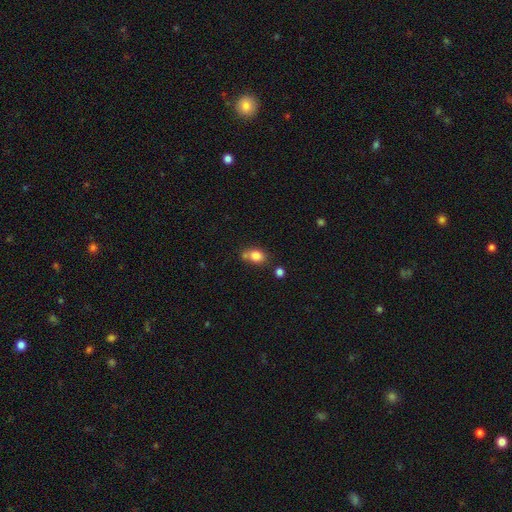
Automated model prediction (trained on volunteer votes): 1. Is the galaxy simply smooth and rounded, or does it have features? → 82% smooth, 10% star or artifact, 8% featured or disk.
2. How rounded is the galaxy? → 59% in between, 40% round, 2% cigar-shaped.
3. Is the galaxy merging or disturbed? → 54% none, 22% merger, 18% minor disturbance, 5% major disturbance.